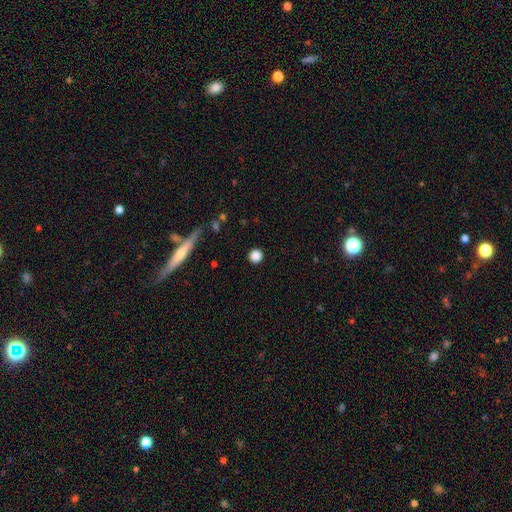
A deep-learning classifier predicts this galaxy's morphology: Smooth or featured?
  - smooth: 86% *
  - star or artifact: 10%
  - featured or disk: 4%
How rounded?
  - round: 94% *
  - in between: 5%
  - cigar-shaped: 1%
Merging?
  - none: 91% *
  - minor disturbance: 5%
  - major disturbance: 2%
  - merger: 2%